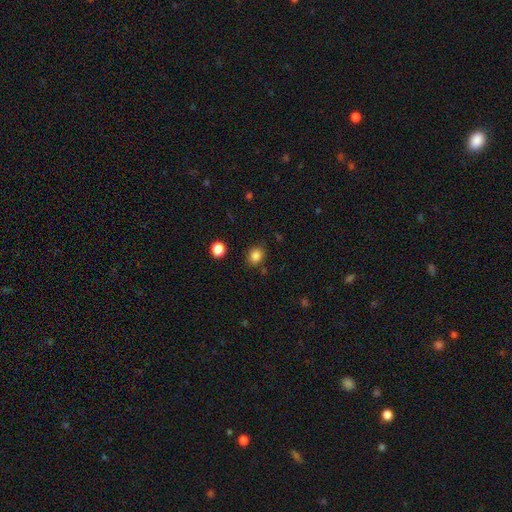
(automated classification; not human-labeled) smooth_or_featured: smooth (p=0.84) [alt: star or artifact p=0.11]
how_rounded: round (p=0.62) [alt: in between p=0.37]
merging: none (p=0.82) [alt: minor disturbance p=0.12]